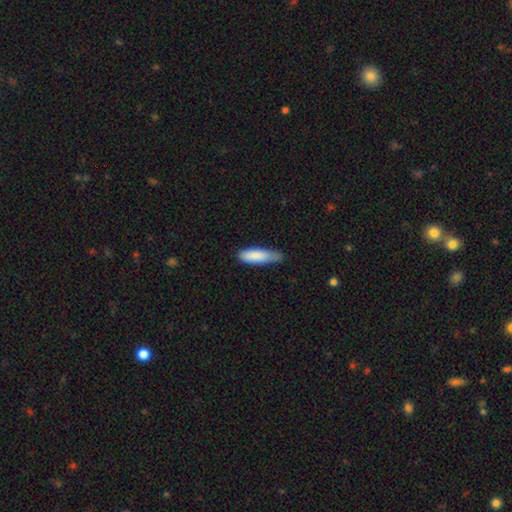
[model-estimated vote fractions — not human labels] This is clearly a smooth galaxy (86%). How rounded: possibly cigar-shaped (57%). Merging: possibly none (53%).